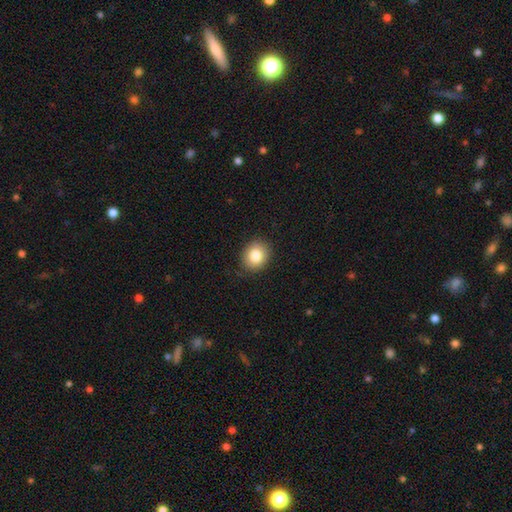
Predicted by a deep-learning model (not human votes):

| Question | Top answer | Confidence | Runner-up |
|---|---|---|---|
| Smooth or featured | smooth | 83% | star or artifact (9%) |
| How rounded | round | 60% | in between (39%) |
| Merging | none | 86% | minor disturbance (10%) |